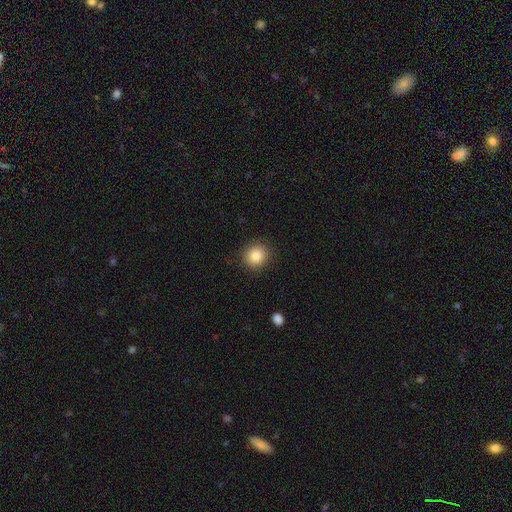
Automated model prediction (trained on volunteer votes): Q: Smooth or featured?
A: smooth (85%); runner-up: star or artifact (10%)
Q: How rounded?
A: round (87%); runner-up: in between (12%)
Q: Merging?
A: none (89%); runner-up: minor disturbance (7%)